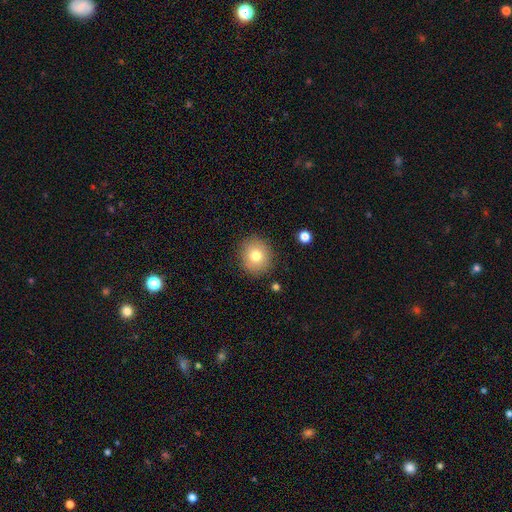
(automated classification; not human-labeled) Smooth or featured?
  - smooth: 77% *
  - featured or disk: 13%
  - star or artifact: 10%
How rounded?
  - round: 85% *
  - in between: 14%
  - cigar-shaped: 1%
Merging?
  - none: 88% *
  - minor disturbance: 8%
  - major disturbance: 3%
  - merger: 2%